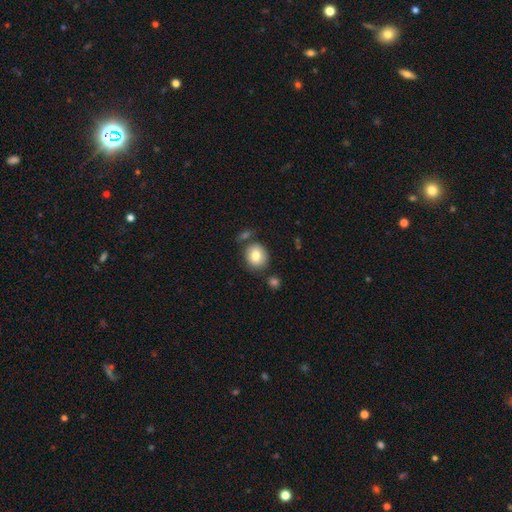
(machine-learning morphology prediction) This appears to be a smooth galaxy with no disk features (80%) that is round (71%). Merging: none (71%).